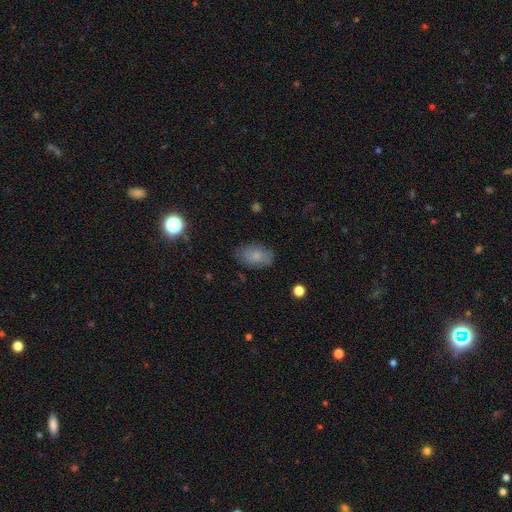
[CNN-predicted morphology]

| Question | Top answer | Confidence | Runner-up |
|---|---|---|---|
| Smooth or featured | smooth | 74% | featured or disk (17%) |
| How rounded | in between | 89% | round (9%) |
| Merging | none | 76% | minor disturbance (18%) |